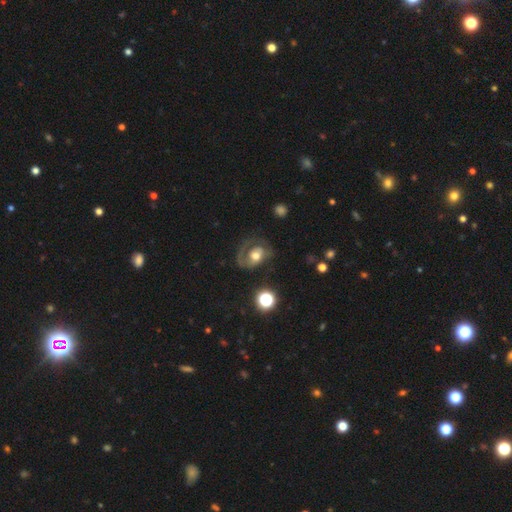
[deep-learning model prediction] Smooth or featured? featured or disk (64%)
Edge-on disk? no (96%)
Bar? no (67%)
Spiral arms? yes (74%)
Bulge size? moderate (62%)
Merging? none (49%)